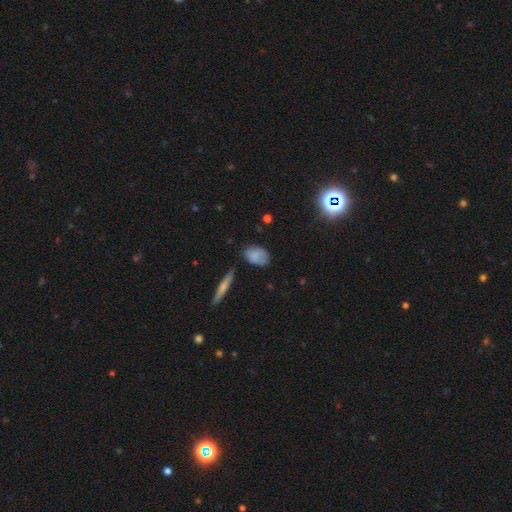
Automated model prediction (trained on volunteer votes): This appears to be a smooth galaxy with no disk features (77%) that is in between round and cigar-shaped (84%). Merging: none (68%).